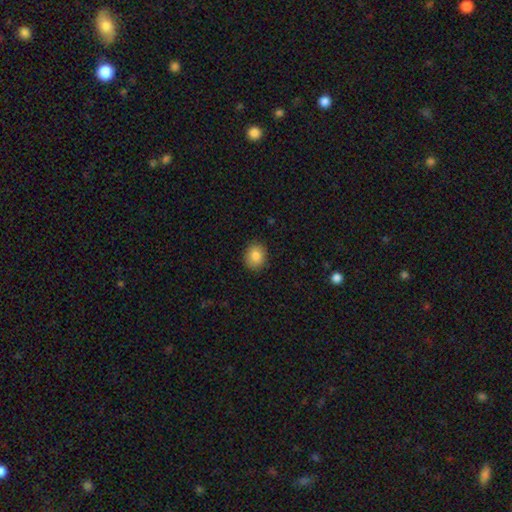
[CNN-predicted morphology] Smooth or featured?
  - smooth: 86% *
  - star or artifact: 8%
  - featured or disk: 6%
How rounded?
  - round: 59% *
  - in between: 40%
  - cigar-shaped: 1%
Merging?
  - none: 89% *
  - minor disturbance: 8%
  - major disturbance: 2%
  - merger: 1%